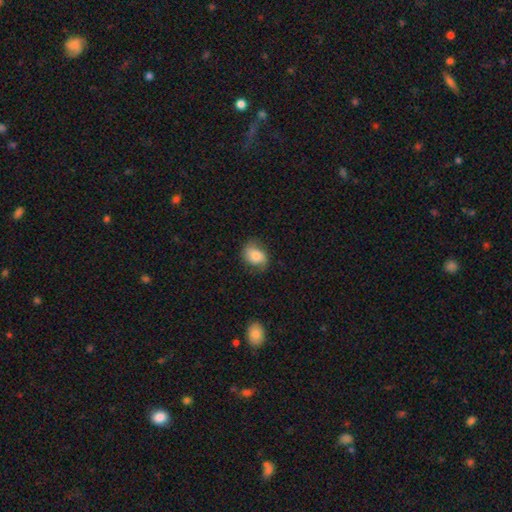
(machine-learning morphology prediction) smooth-or-featured: smooth: 68% | featured or disk: 23% | star or artifact: 8%
  how-rounded: in between: 67% | round: 31% | cigar-shaped: 1%
  merging: none: 67% | minor disturbance: 24% | major disturbance: 7% | merger: 1%